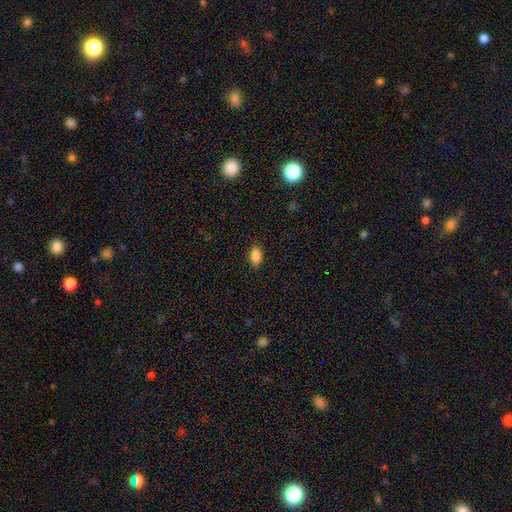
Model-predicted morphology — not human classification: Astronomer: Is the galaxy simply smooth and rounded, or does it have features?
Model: smooth — 88%.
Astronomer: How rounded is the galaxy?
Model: in between — 92%.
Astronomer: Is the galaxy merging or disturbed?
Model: none — 87%.